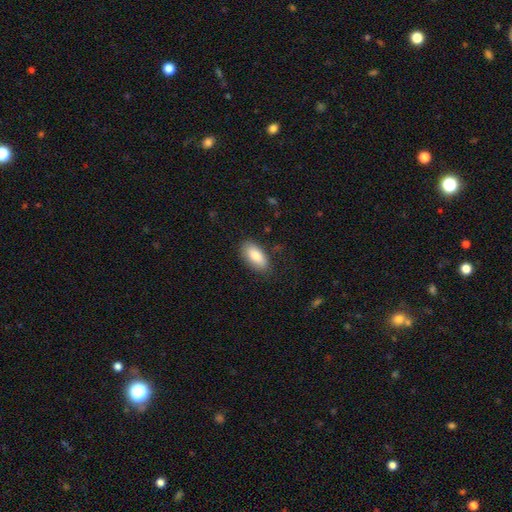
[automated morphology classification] type=smooth (85%); roundness=in between (91%); merging=none (82%).